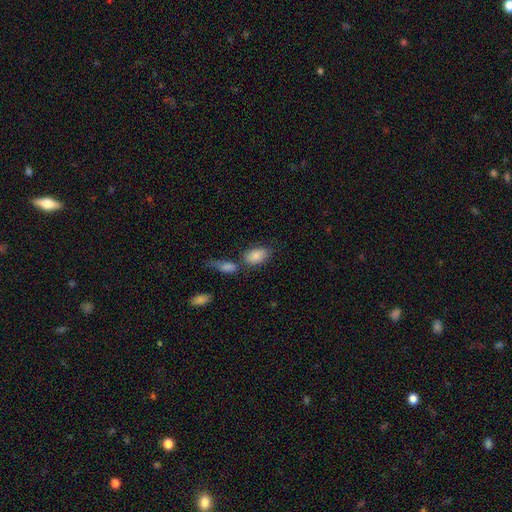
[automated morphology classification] type=smooth (84%); roundness=in between (90%); merging=none (54%).